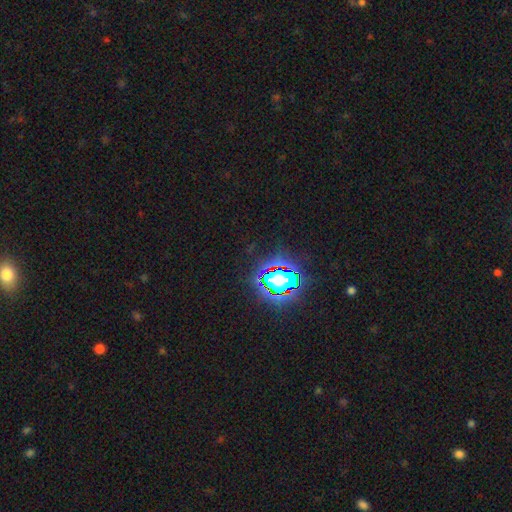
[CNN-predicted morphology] smooth_or_featured: star or artifact (p=0.81) [alt: smooth p=0.11]